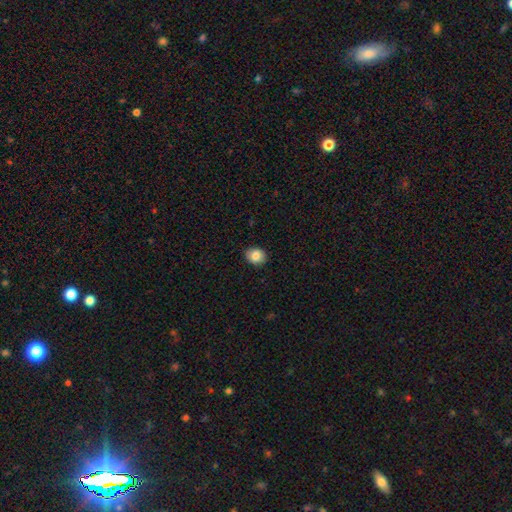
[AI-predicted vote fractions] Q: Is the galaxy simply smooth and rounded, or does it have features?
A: smooth — 85%.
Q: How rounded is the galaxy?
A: round — 59%.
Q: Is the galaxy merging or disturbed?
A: none — 90%.